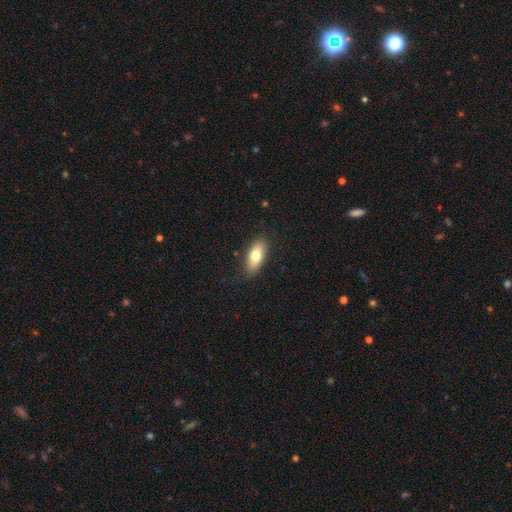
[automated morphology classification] type=smooth (75%); roundness=in between (84%); merging=none (85%).